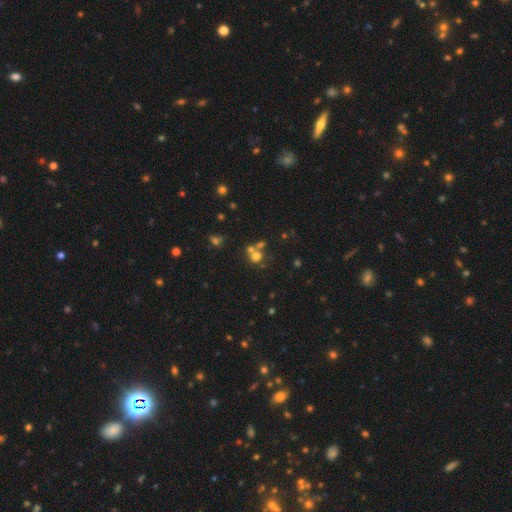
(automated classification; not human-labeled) Q: Smooth or featured?
A: smooth (60%); runner-up: star or artifact (22%)
Q: How rounded?
A: round (83%); runner-up: in between (15%)
Q: Merging?
A: none (46%); runner-up: merger (41%)